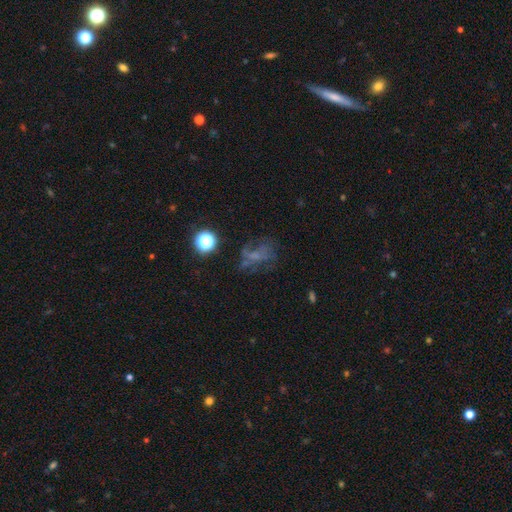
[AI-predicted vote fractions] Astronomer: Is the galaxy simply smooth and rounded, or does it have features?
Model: featured or disk — 40% (runner-up: star or artifact, 31%).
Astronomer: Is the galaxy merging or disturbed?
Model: none — 45% (runner-up: major disturbance, 30%).